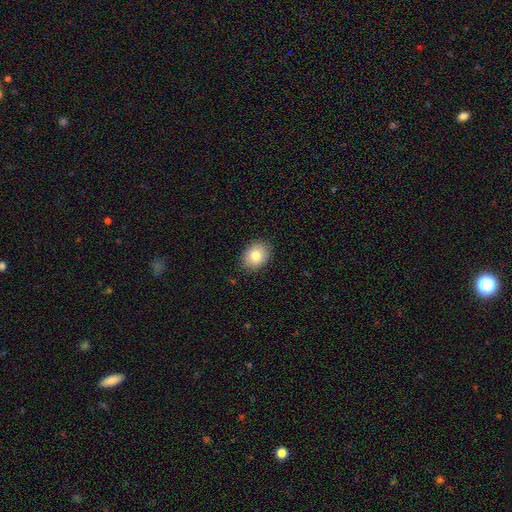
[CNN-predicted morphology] A smooth galaxy with no disk features (83%) that is in between round and cigar-shaped (59%). Merging: none (88%).